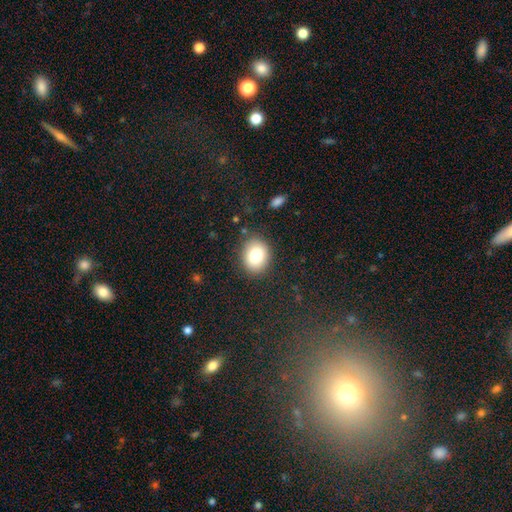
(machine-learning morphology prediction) Q: Smooth or featured?
A: smooth (81%); runner-up: featured or disk (10%)
Q: How rounded?
A: round (56%); runner-up: in between (43%)
Q: Merging?
A: none (86%); runner-up: minor disturbance (9%)